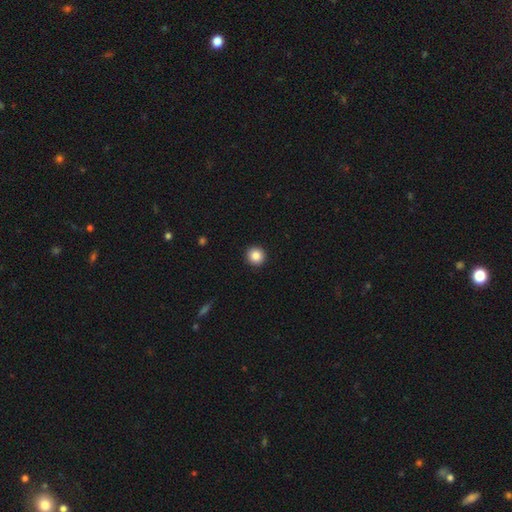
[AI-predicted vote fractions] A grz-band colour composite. It shows a smooth galaxy with no disk features (86%) that is round (94%). Merging: none (93%).